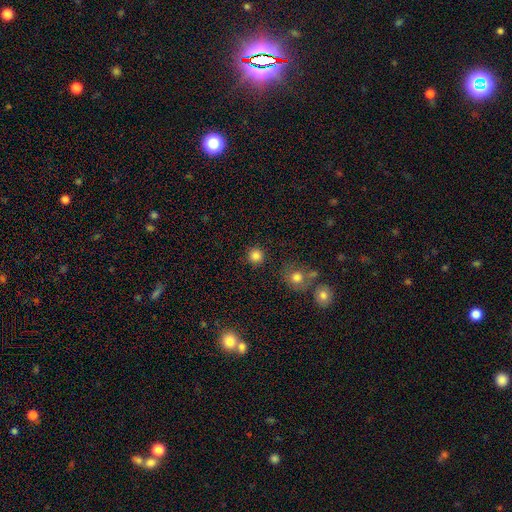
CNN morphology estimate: This is clearly a smooth galaxy (84%). How rounded: clearly round (94%). Merging: clearly none (86%).